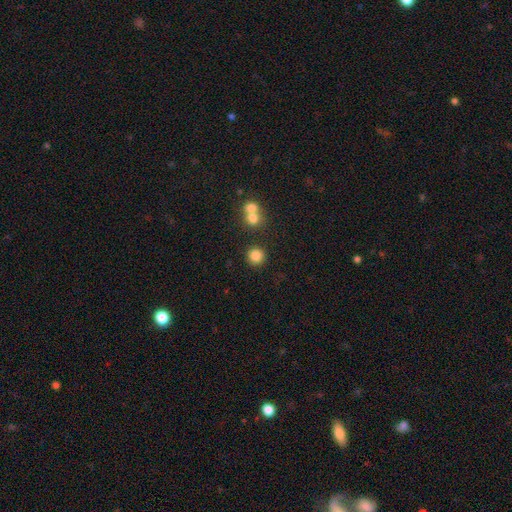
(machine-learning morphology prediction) This appears to be a smooth galaxy with no disk features (83%) that is round (93%). Merging: none (80%).